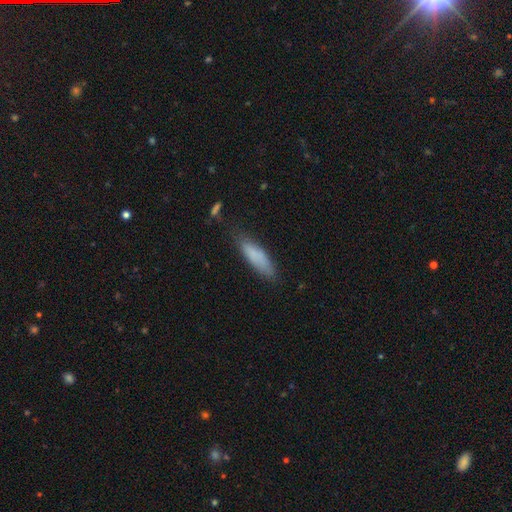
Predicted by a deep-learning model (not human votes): A smooth galaxy with no disk features (81%) that is cigar-shaped (62%).

Vote fractions:
- Smooth or featured? smooth: 81% / featured or disk: 12% / star or artifact: 7%
- How rounded? cigar-shaped: 62% / in between: 37% / round: 2%
- Merging? none: 72% / minor disturbance: 21% / major disturbance: 5% / merger: 2%